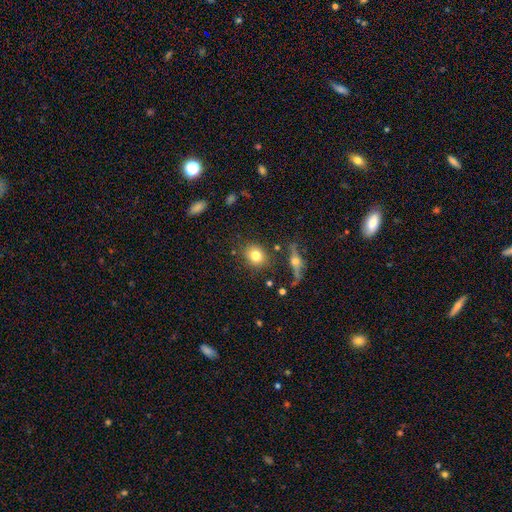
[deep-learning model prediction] This is likely a smooth galaxy (76%). How rounded: likely round (67%). Merging: clearly none (81%).